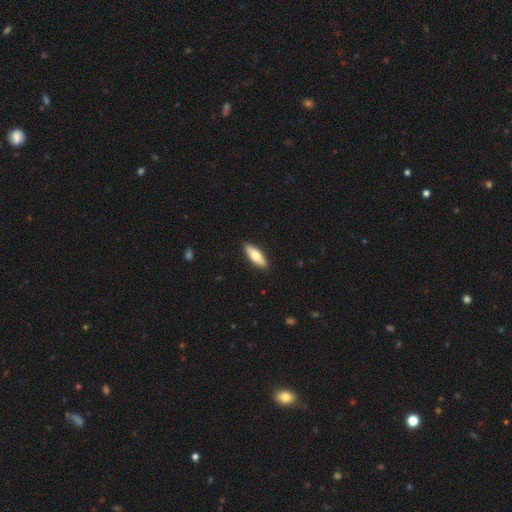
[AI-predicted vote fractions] A smooth galaxy with no disk features (65%) that is in between round and cigar-shaped (57%). Merging: none (90%).